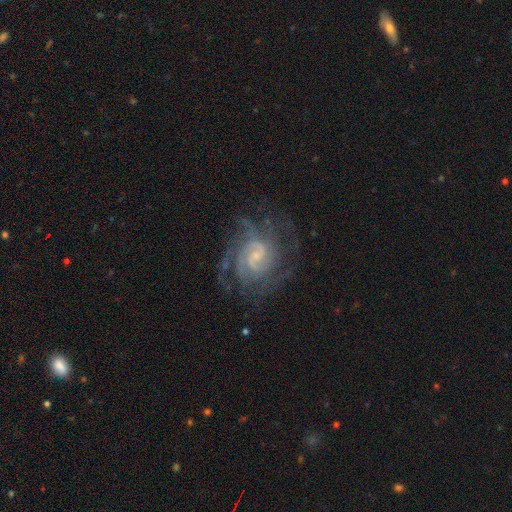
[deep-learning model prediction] Smooth or featured?
  - featured or disk: 87% *
  - star or artifact: 7%
  - smooth: 6%
Edge-on disk?
  - no: 98% *
  - yes: 2%
Bar?
  - weak: 53% *
  - no: 36%
  - strong: 11%
Spiral arms?
  - yes: 96% *
  - no: 4%
Spiral winding?
  - tight: 54% *
  - medium: 38%
  - loose: 8%
Spiral arm count?
  - 2: 29% *
  - can't tell: 28%
  - 3: 18%
  - 4: 12%
  - more than 4: 7%
  - 1: 6%
Bulge size?
  - small: 68% *
  - moderate: 20%
  - none: 9%
  - large: 2%
  - dominant: 1%
Merging?
  - none: 71% *
  - minor disturbance: 16%
  - major disturbance: 11%
  - merger: 1%